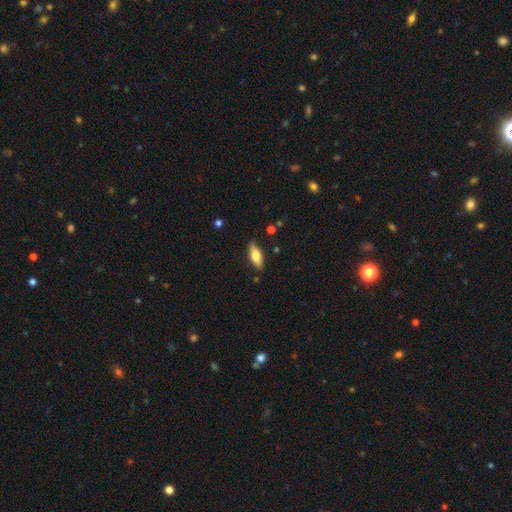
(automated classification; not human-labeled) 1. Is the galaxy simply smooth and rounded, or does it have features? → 67% smooth, 27% featured or disk, 6% star or artifact.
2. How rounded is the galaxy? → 68% in between, 30% cigar-shaped, 2% round.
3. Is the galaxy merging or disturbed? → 85% none, 11% minor disturbance, 2% major disturbance, 2% merger.